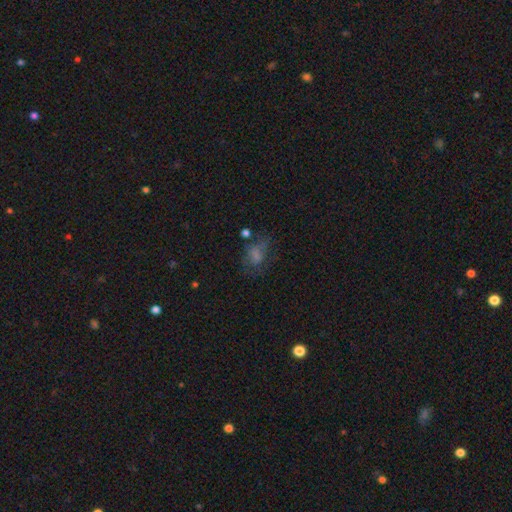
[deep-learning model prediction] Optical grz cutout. It shows a smooth galaxy with no disk features (40%). Merging: none (54%).